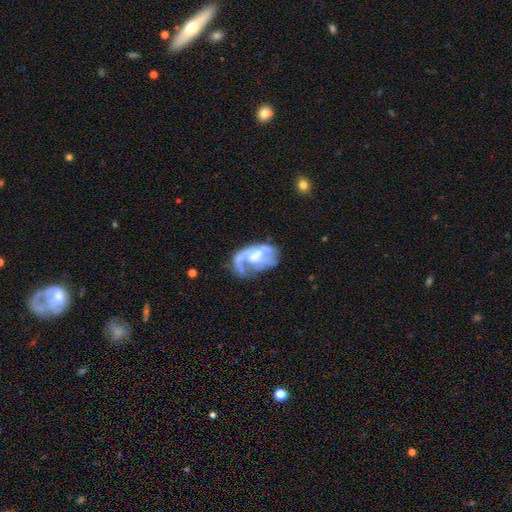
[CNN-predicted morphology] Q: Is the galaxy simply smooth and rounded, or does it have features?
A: featured or disk — 74%.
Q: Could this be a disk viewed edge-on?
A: no — 97%.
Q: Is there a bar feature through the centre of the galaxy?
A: no — 48%.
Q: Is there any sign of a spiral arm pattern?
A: yes — 68%.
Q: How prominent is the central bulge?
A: moderate — 45%.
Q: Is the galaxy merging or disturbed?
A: none — 35%.